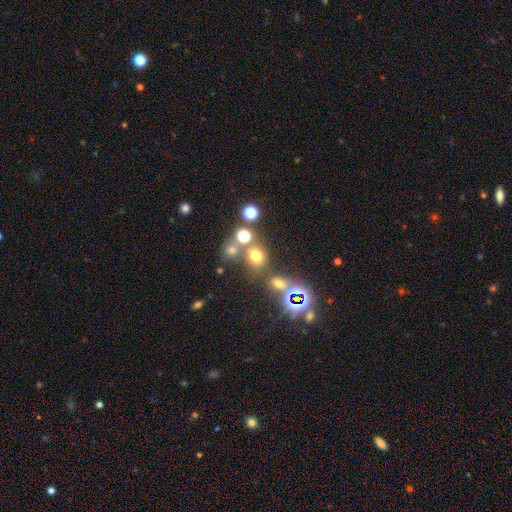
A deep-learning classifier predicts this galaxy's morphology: type=smooth (61%); roundness=round (72%); merging=none (63%).